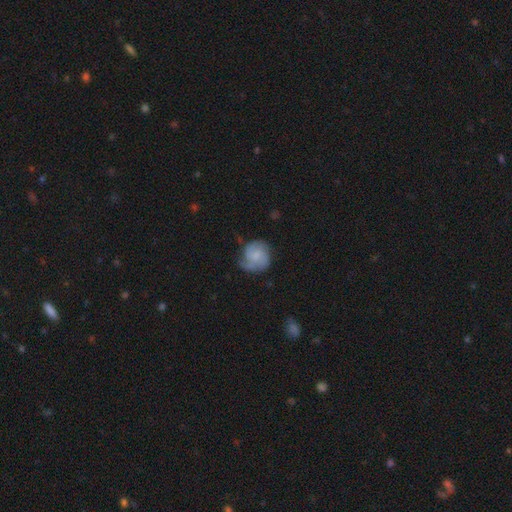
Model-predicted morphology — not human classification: Q: Smooth or featured?
A: smooth (47%); tied with: featured or disk (47%)
Q: Merging?
A: none (53%); runner-up: minor disturbance (29%)